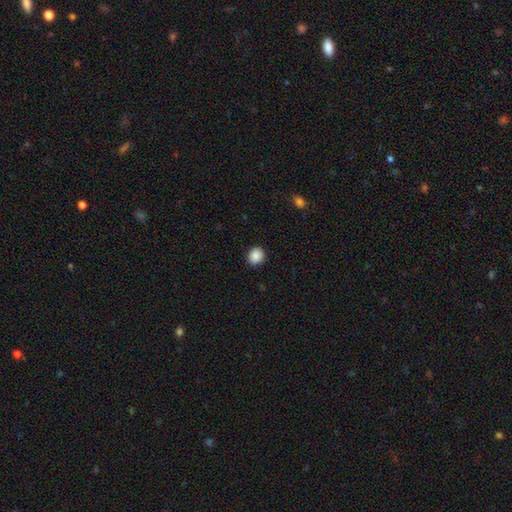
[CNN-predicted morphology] smooth_or_featured: smooth (p=0.89) [alt: star or artifact p=0.09]
how_rounded: round (p=0.83) [alt: in between p=0.16]
merging: none (p=0.90) [alt: minor disturbance p=0.07]